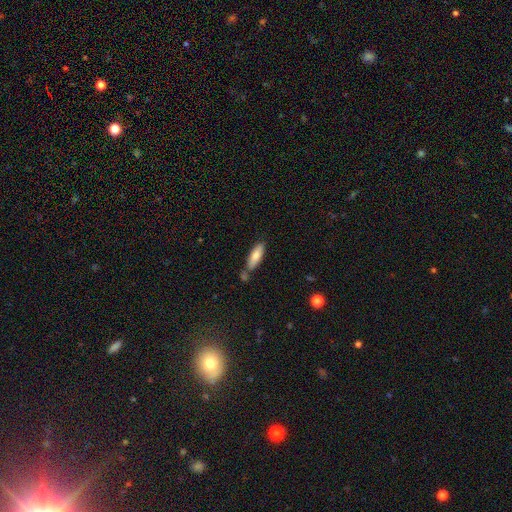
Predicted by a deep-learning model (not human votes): Smooth or featured: smooth — 78% (featured or disk — 16%)
How rounded: in between — 50% (cigar-shaped — 49%)
Merging: none — 68% (minor disturbance — 15%)